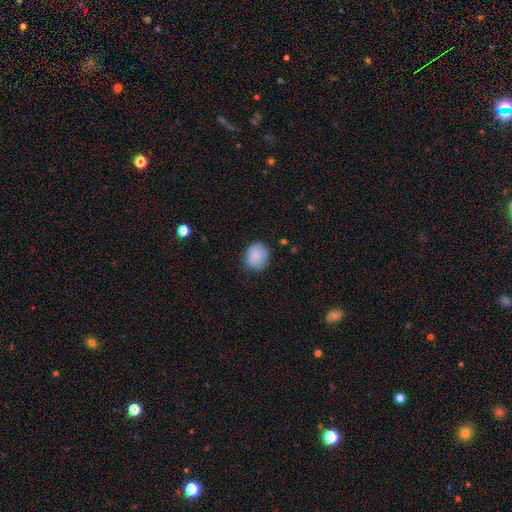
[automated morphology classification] smooth-or-featured: smooth: 85% | star or artifact: 7% | featured or disk: 7%
  how-rounded: round: 76% | in between: 23% | cigar-shaped: 1%
  merging: none: 79% | minor disturbance: 16% | major disturbance: 4% | merger: 1%